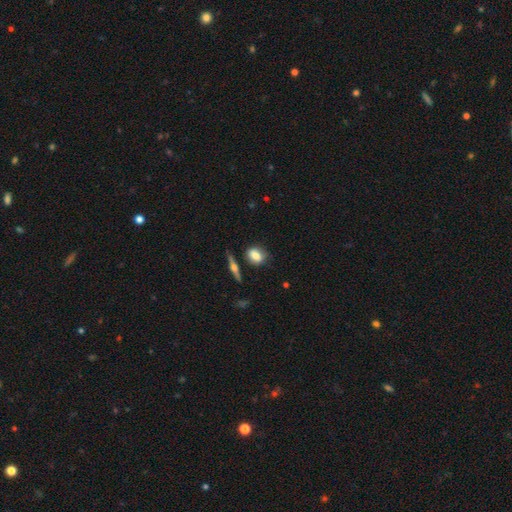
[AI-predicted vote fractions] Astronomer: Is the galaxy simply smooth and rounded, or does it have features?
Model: smooth — 74%.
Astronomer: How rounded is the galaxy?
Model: in between — 61%.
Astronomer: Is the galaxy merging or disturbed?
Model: none — 68%.